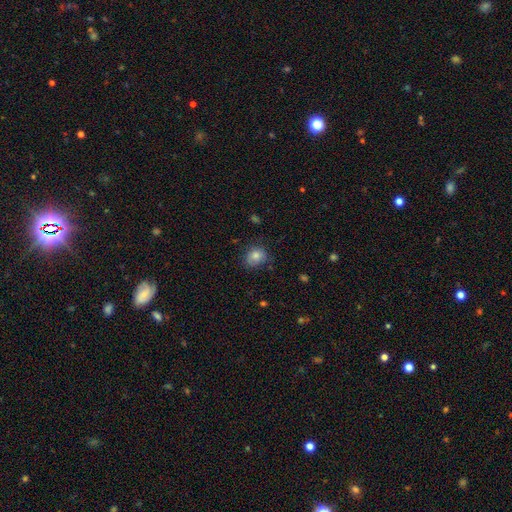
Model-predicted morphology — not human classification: smooth_or_featured: smooth (p=0.81) [alt: star or artifact p=0.10]
how_rounded: round (p=0.56) [alt: in between p=0.43]
merging: none (p=0.71) [alt: minor disturbance p=0.22]